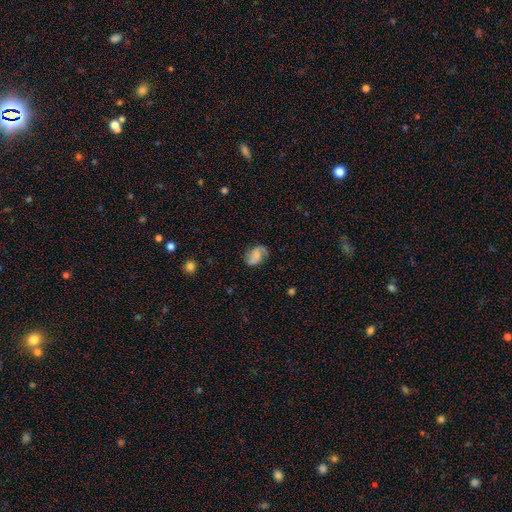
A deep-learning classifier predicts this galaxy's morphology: The model was most divided on "smooth or featured": featured or disk: 51%, smooth: 40%, star or artifact: 9%. More confident: edge-on disk — no (97%); merging — none (71%).